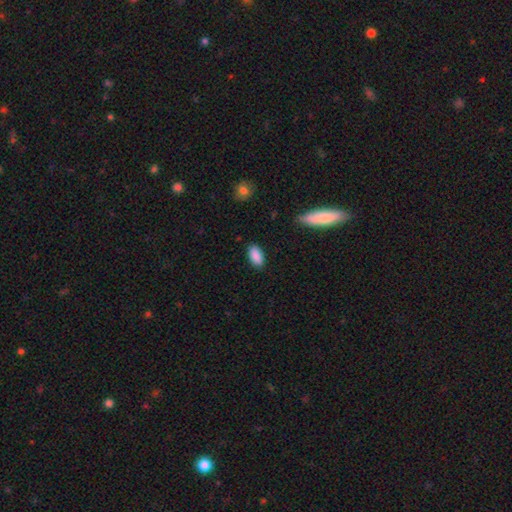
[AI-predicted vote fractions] The model was most divided on "merging": none: 86%, minor disturbance: 10%, major disturbance: 2%, merger: 1%. More confident: how rounded — in between (92%); smooth or featured — smooth (89%).